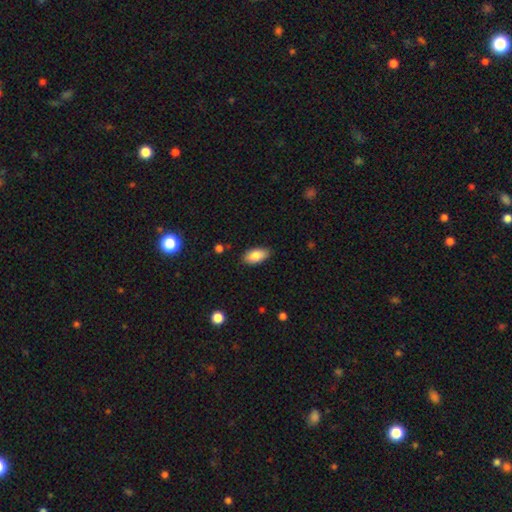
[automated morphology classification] smooth_or_featured: smooth (p=0.85) [alt: featured or disk p=0.08]
how_rounded: in between (p=0.93) [alt: cigar-shaped p=0.04]
merging: none (p=0.84) [alt: minor disturbance p=0.12]